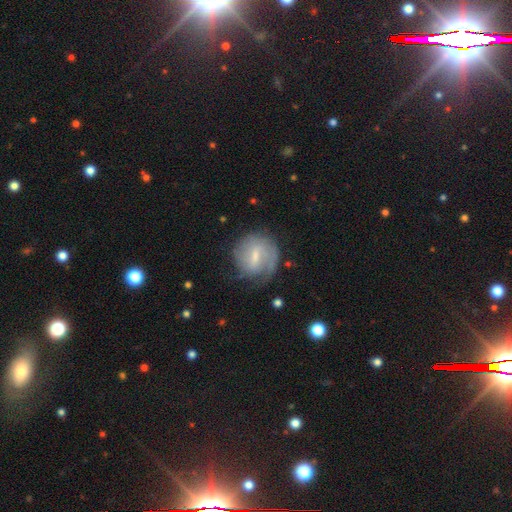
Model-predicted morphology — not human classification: featured or disk 60%, smooth 33%, star or artifact 7%. Down the decision tree: edge-on disk — no (95%); bar — weak (57%); spiral arms — yes (75%); bulge size — small (47%); merging — none (62%).